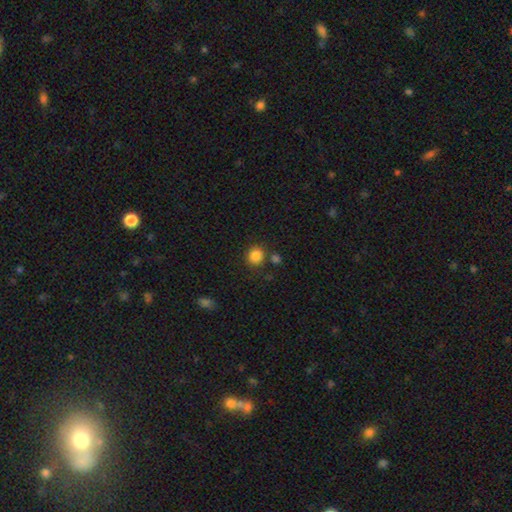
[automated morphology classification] This appears to be a smooth galaxy with no disk features (85%) that is round (86%). Merging: none (79%).